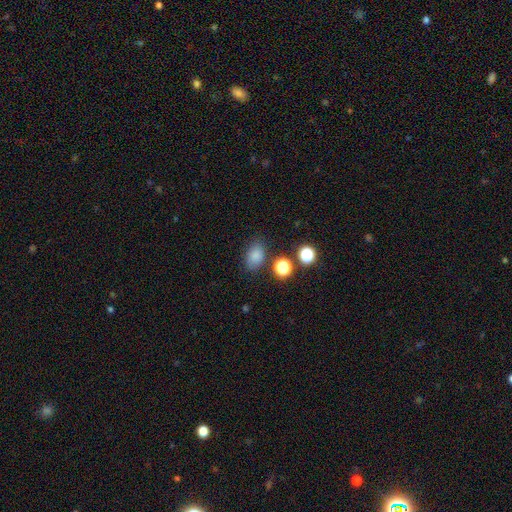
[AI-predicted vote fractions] Q: Smooth or featured?
A: smooth (81%); runner-up: star or artifact (13%)
Q: How rounded?
A: in between (78%); runner-up: round (21%)
Q: Merging?
A: none (76%); runner-up: minor disturbance (15%)